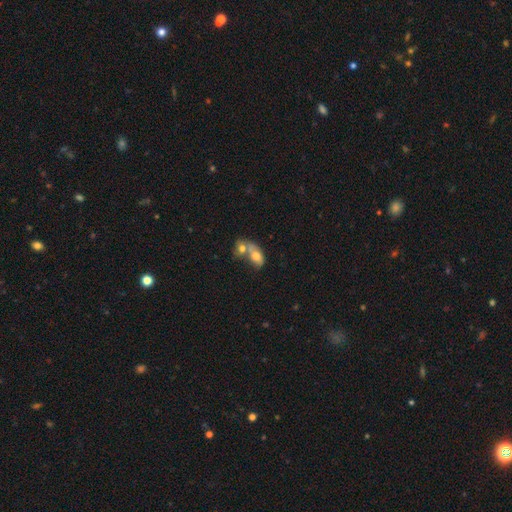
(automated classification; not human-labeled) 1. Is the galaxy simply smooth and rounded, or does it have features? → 69% smooth, 24% featured or disk, 8% star or artifact.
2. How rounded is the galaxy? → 83% in between, 14% round, 3% cigar-shaped.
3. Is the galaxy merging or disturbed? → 71% merger, 16% none, 8% minor disturbance, 5% major disturbance.